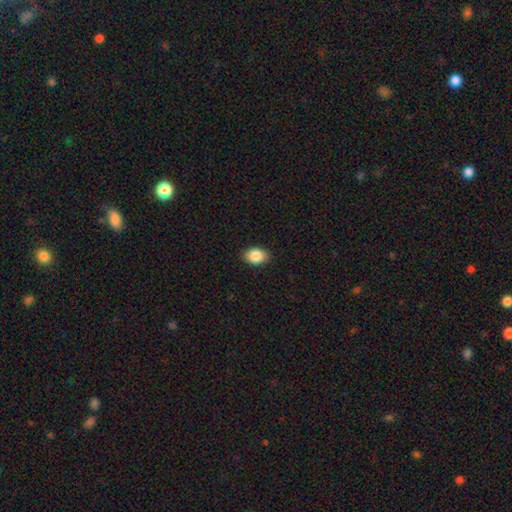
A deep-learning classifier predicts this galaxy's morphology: Overall: smooth (87%). How rounded: in between (82%). Merging: none (89%).